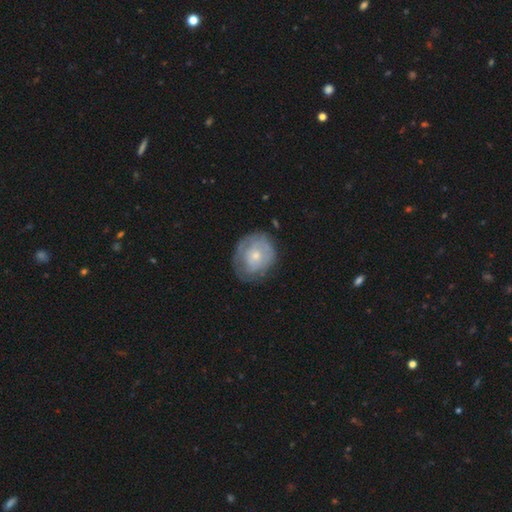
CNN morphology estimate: type=featured or disk (50%); merging=none (64%).